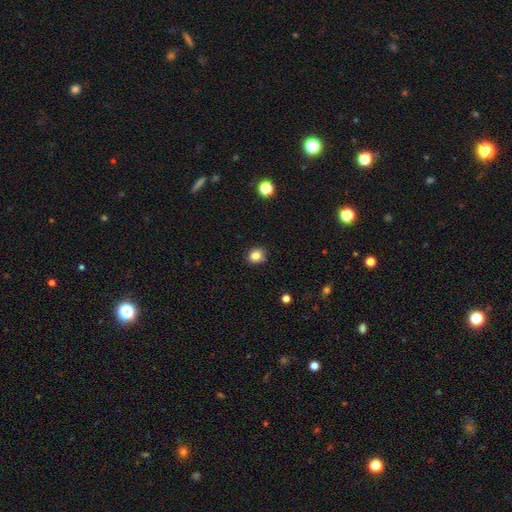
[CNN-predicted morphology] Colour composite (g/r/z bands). It shows a smooth galaxy with no disk features (84%) that is round (77%). Merging: none (86%).